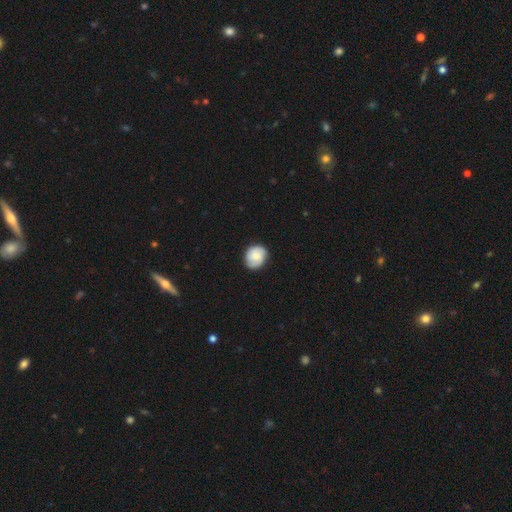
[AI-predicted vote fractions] smooth_or_featured: smooth (p=0.62) [alt: featured or disk p=0.30]
how_rounded: round (p=0.62) [alt: in between p=0.38]
merging: none (p=0.81) [alt: minor disturbance p=0.15]